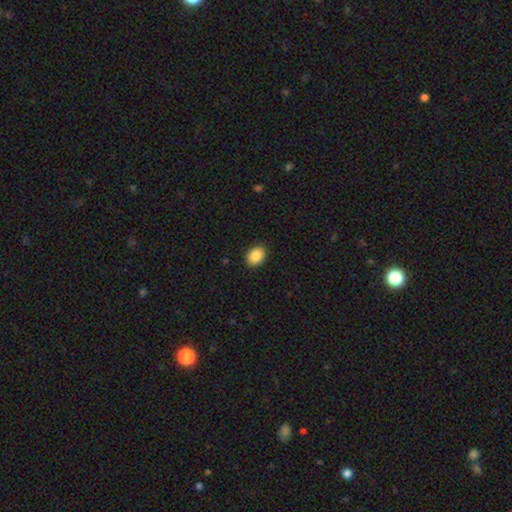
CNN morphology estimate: smooth-or-featured: smooth: 89% | star or artifact: 8% | featured or disk: 3%
  how-rounded: in between: 59% | round: 40% | cigar-shaped: 1%
  merging: none: 90% | minor disturbance: 7% | major disturbance: 2% | merger: 1%